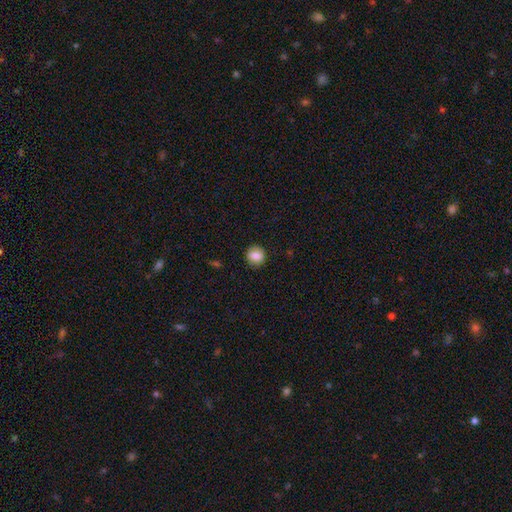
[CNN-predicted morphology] Overall: smooth (83%). How rounded: round (89%). Merging: none (89%).